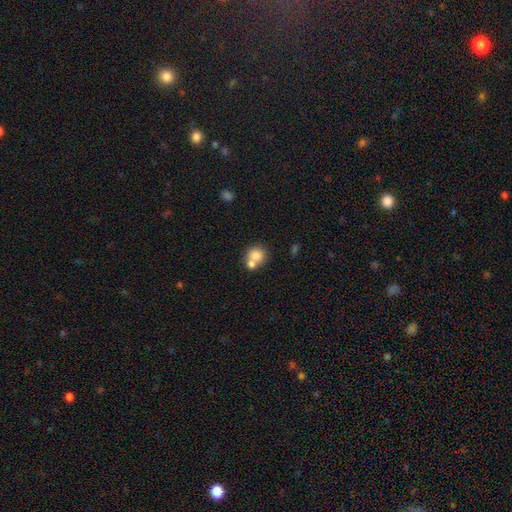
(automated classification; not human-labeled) Overall: smooth (78%). How rounded: round (78%). Merging: merger (49%; none 40%).